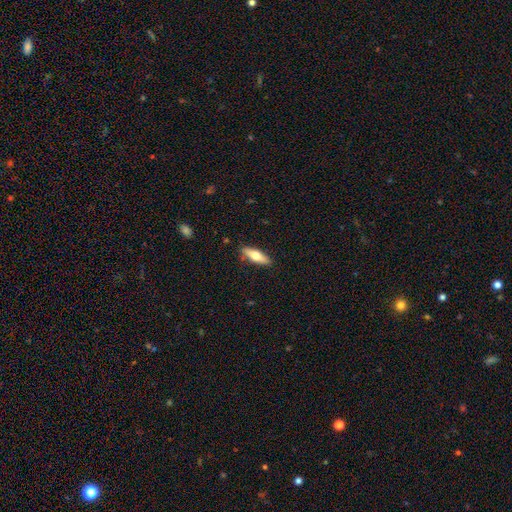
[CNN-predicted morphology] This is possibly a smooth galaxy (58%). How rounded: possibly cigar-shaped (51%). Merging: clearly none (87%).